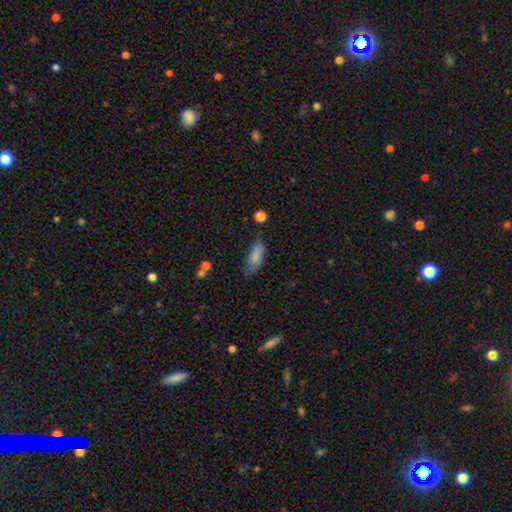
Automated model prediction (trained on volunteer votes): Smooth or featured?
  - smooth: 83% *
  - featured or disk: 10%
  - star or artifact: 7%
How rounded?
  - in between: 71% *
  - cigar-shaped: 27%
  - round: 2%
Merging?
  - none: 63% *
  - minor disturbance: 27%
  - major disturbance: 7%
  - merger: 3%